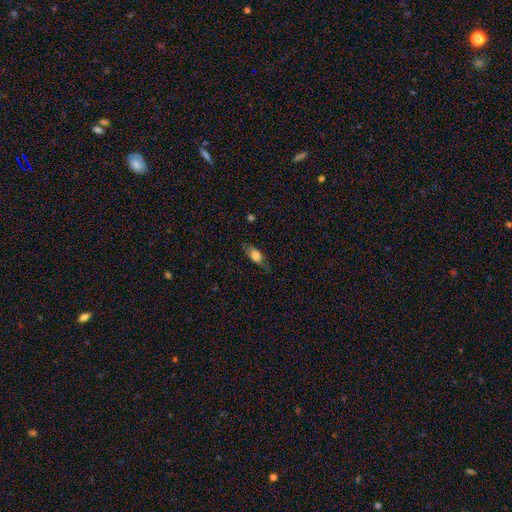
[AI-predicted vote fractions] A smooth galaxy with no disk features (66%) that is in between round and cigar-shaped (75%). Merging: none (69%).